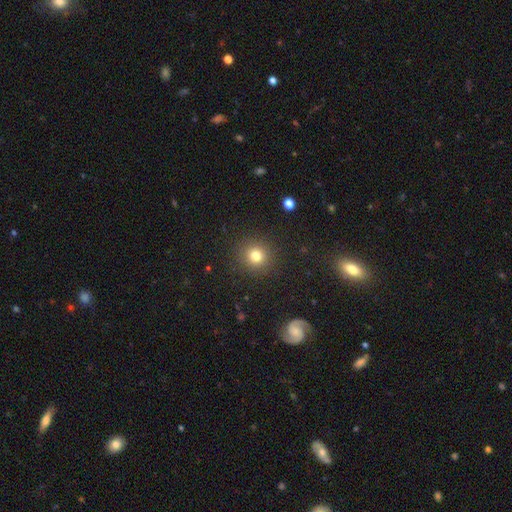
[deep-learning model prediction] A smooth galaxy with no disk features (79%) that is round (92%).

Vote fractions:
- Smooth or featured? smooth: 79% / star or artifact: 14% / featured or disk: 7%
- How rounded? round: 92% / in between: 7% / cigar-shaped: 1%
- Merging? none: 90% / minor disturbance: 6% / major disturbance: 3% / merger: 1%